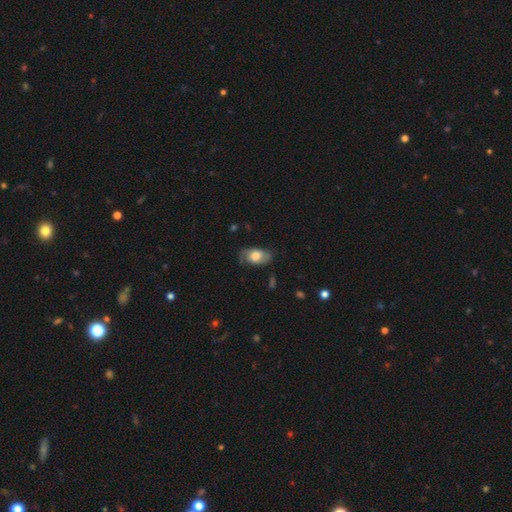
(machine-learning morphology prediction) The model was most divided on "smooth or featured": smooth: 51%, featured or disk: 42%, star or artifact: 7%. More confident: how rounded — in between (90%); merging — none (64%).